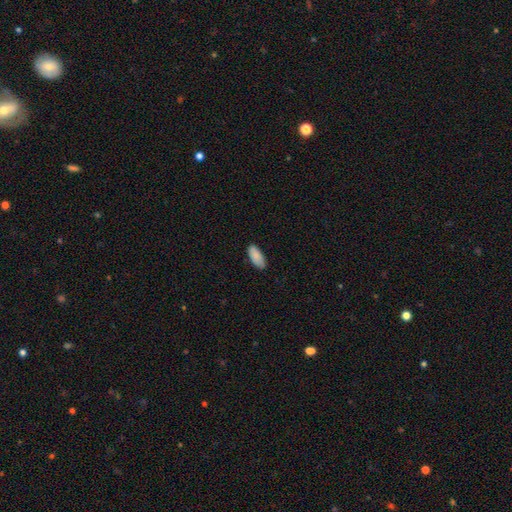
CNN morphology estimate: Overall: smooth (89%). How rounded: in between (88%). Merging: none (83%).